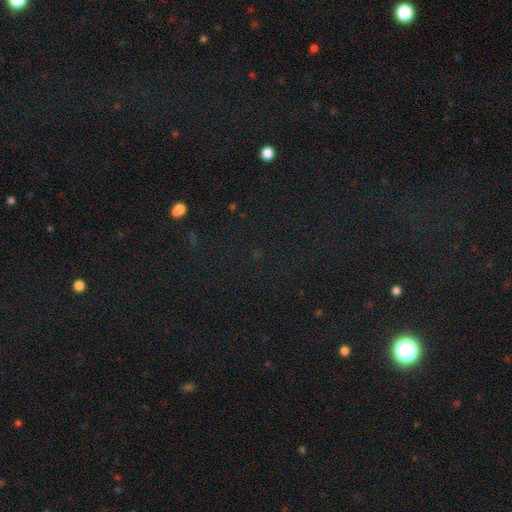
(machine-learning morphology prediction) Overall: star or artifact (76%).